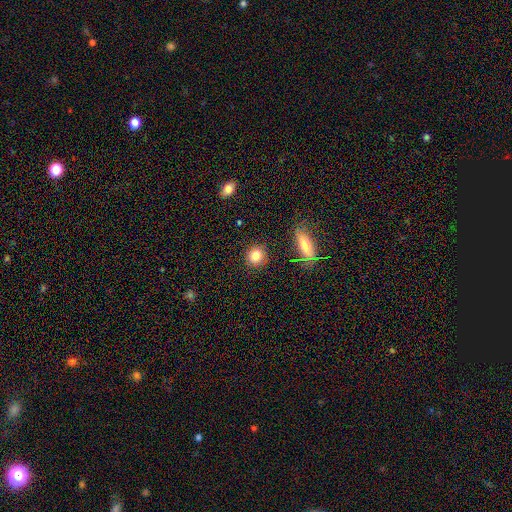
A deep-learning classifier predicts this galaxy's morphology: Q: Smooth or featured?
A: smooth (82%); runner-up: star or artifact (11%)
Q: How rounded?
A: round (85%); runner-up: in between (13%)
Q: Merging?
A: none (89%); runner-up: minor disturbance (7%)